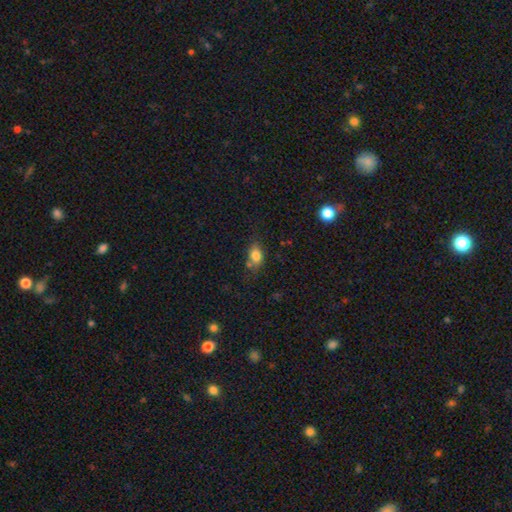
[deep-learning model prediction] smooth 81%, featured or disk 10%, star or artifact 10%. Down the decision tree: how rounded — in between (79%); merging — none (66%).